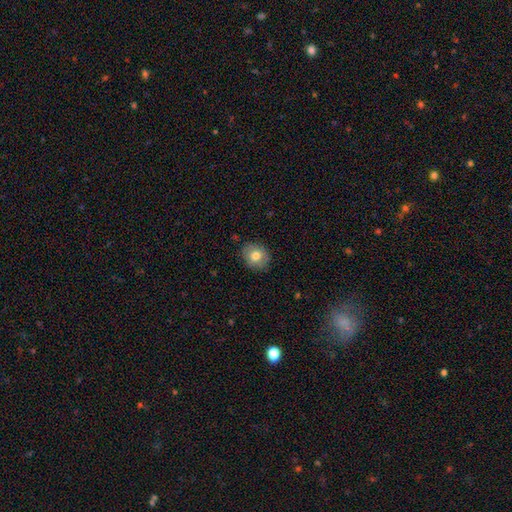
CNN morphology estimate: smooth_or_featured: smooth (p=0.78) [alt: featured or disk p=0.14]
how_rounded: round (p=0.63) [alt: in between p=0.36]
merging: none (p=0.85) [alt: minor disturbance p=0.11]